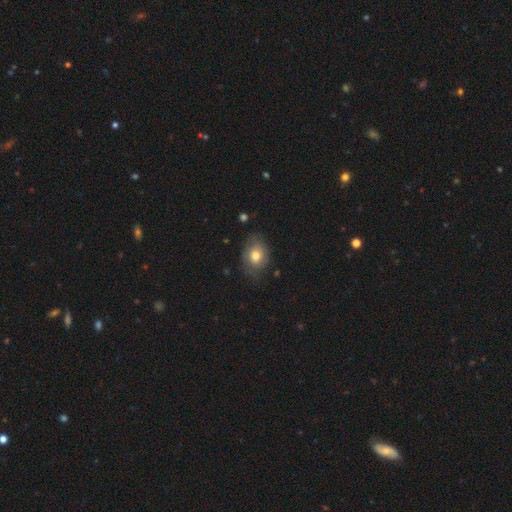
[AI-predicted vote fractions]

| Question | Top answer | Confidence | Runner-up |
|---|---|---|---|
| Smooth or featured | smooth | 71% | featured or disk (21%) |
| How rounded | in between | 65% | round (34%) |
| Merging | none | 66% | minor disturbance (25%) |